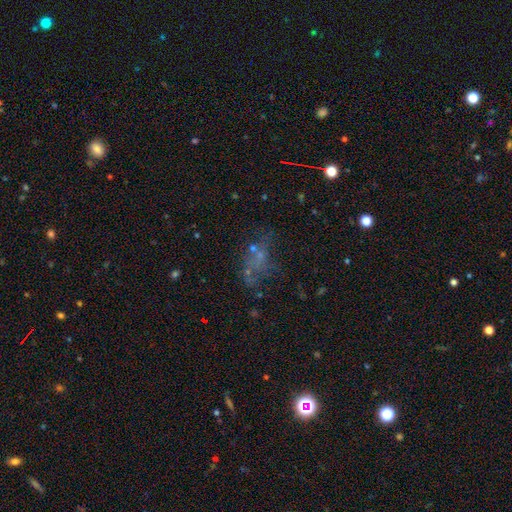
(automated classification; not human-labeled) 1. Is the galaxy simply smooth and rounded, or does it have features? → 36% featured or disk, 34% star or artifact, 31% smooth.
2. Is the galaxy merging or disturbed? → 42% none, 29% major disturbance, 17% minor disturbance, 12% merger.